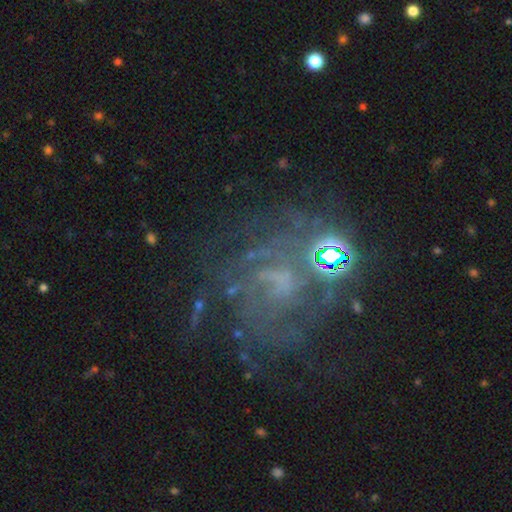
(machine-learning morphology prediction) Smooth or featured: featured or disk — 67% (star or artifact — 22%)
Edge-on disk: no — 97% (yes — 3%)
Bar: no — 58% (weak — 33%)
Spiral arms: yes — 79% (no — 21%)
Spiral winding: tight — 45% (medium — 38%)
Spiral arm count: can't tell — 46% (2 — 17%)
Bulge size: small — 42% (none — 33%)
Merging: none — 60% (major disturbance — 19%)